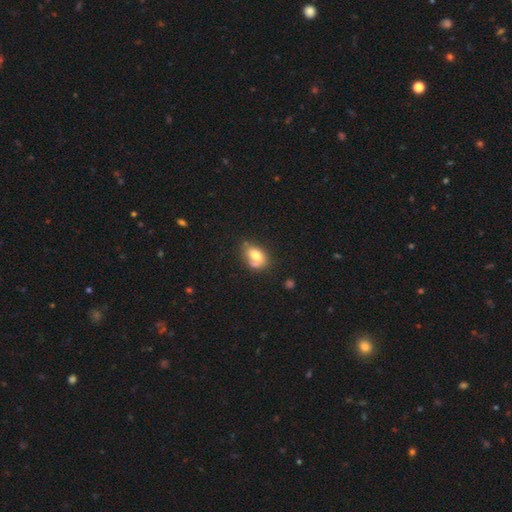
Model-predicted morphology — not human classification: Smooth or featured? smooth (71%)
How rounded? in between (82%)
Merging? none (48%)